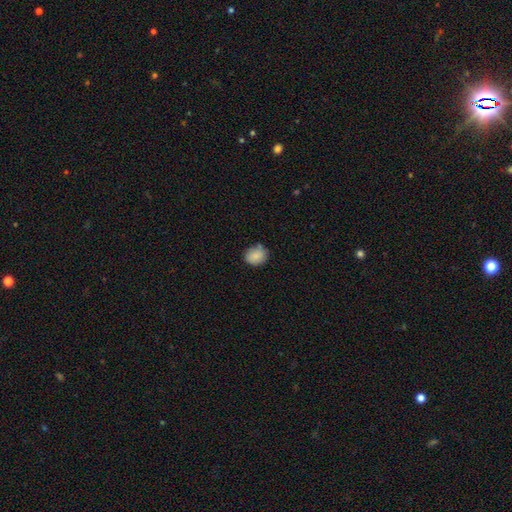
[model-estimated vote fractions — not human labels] Smooth or featured: smooth — 86% (star or artifact — 8%)
How rounded: round — 58% (in between — 41%)
Merging: none — 73% (minor disturbance — 21%)